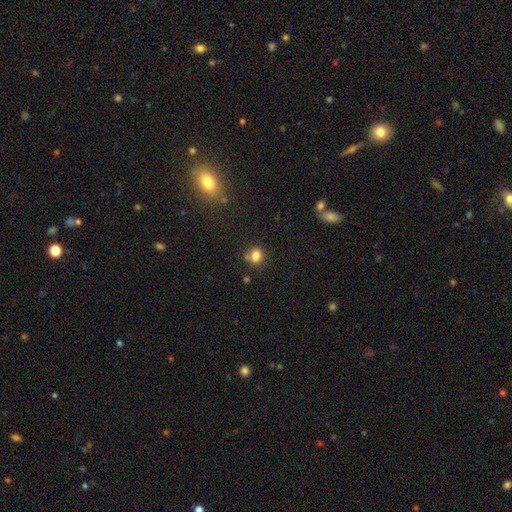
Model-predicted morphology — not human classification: A smooth galaxy with no disk features (80%) that is round (54%). Merging: none (66%).